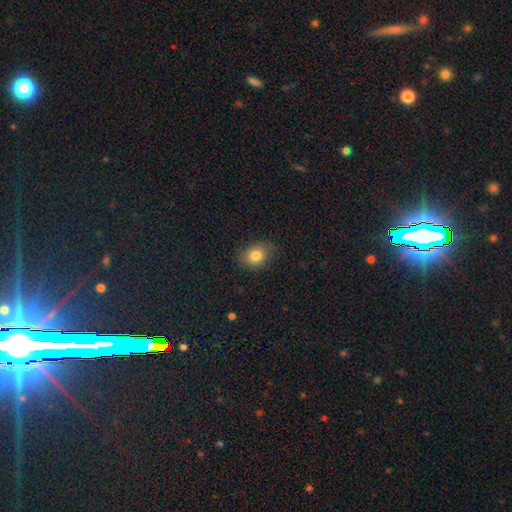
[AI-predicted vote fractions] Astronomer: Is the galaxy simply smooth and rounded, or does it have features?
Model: smooth — 82%.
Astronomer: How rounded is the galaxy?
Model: in between — 57% (runner-up: round, 42%).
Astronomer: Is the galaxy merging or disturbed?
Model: none — 81%.